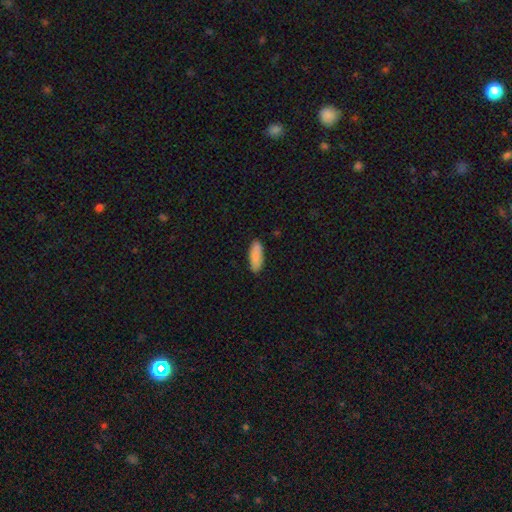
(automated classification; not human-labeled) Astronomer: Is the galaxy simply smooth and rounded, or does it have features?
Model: smooth — 87%.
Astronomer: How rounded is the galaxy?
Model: in between — 71%.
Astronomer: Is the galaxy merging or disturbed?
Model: none — 86%.